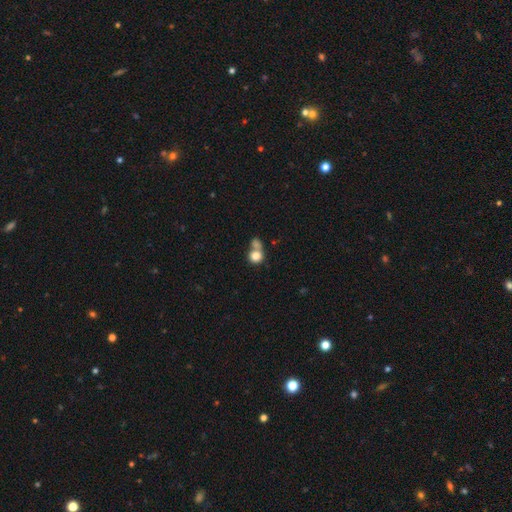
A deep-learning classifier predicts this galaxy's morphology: Smooth or featured? Predicted: smooth (p=0.79). How rounded? Predicted: round (p=0.76). Merging? Predicted: merger (p=0.53).